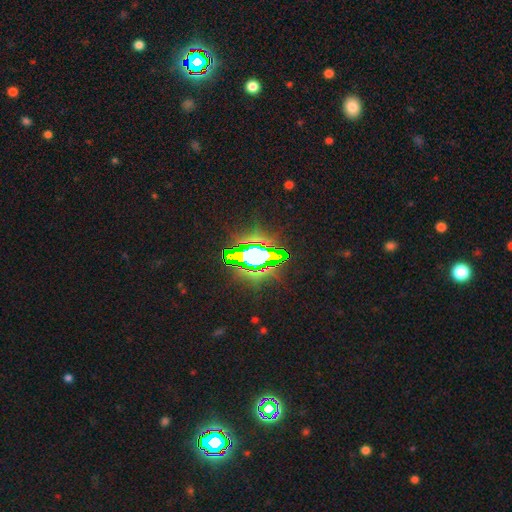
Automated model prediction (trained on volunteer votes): The model was most divided on "smooth or featured": star or artifact: 71%, smooth: 17%, featured or disk: 12%.